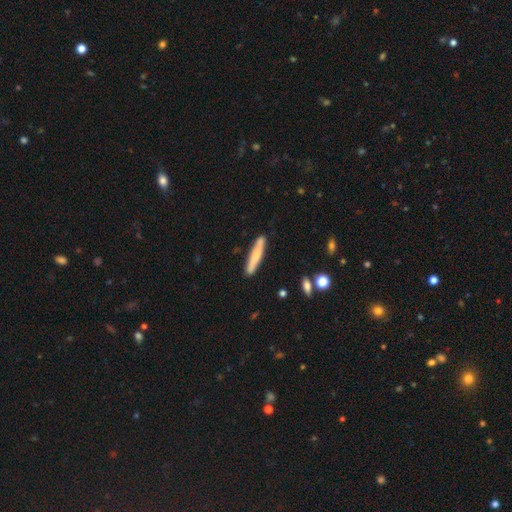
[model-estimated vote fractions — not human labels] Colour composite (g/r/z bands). It shows a smooth galaxy with no disk features (70%) that is cigar-shaped (94%). Merging: none (85%).